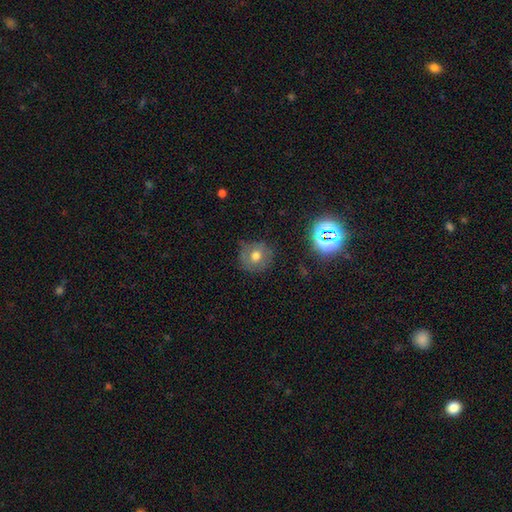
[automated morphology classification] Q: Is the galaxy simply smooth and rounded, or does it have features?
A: smooth — 60%.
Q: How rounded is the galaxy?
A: round — 89%.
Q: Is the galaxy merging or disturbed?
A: none — 79%.